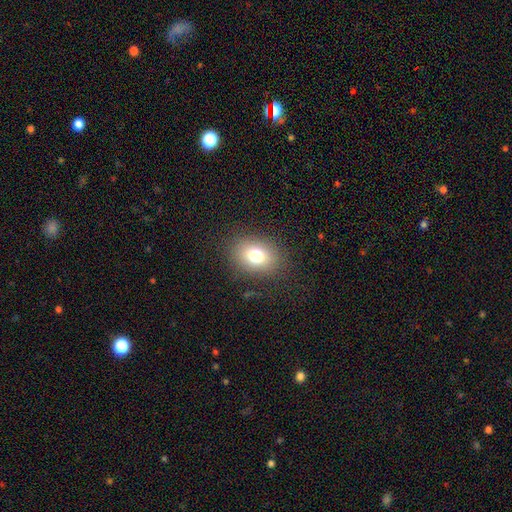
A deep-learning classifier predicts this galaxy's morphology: Overall: smooth (76%). How rounded: in between (63%; round 36%). Merging: none (85%).